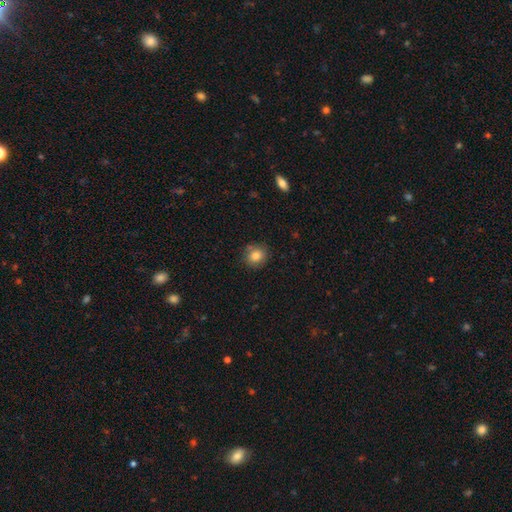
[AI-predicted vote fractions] smooth_or_featured: smooth (p=0.82) [alt: star or artifact p=0.10]
how_rounded: round (p=0.79) [alt: in between p=0.20]
merging: none (p=0.81) [alt: minor disturbance p=0.14]